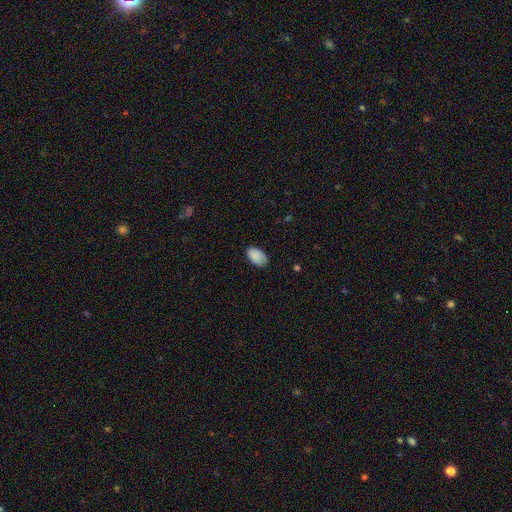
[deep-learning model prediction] Smooth or featured? Predicted: smooth (p=0.90). How rounded? Predicted: in between (p=0.93). Merging? Predicted: none (p=0.80).